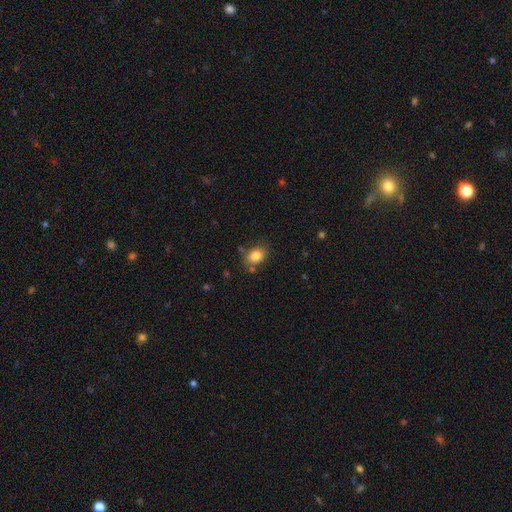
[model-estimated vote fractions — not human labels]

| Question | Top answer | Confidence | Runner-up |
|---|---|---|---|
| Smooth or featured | smooth | 82% | star or artifact (10%) |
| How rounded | in between | 67% | round (32%) |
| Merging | none | 73% | minor disturbance (17%) |